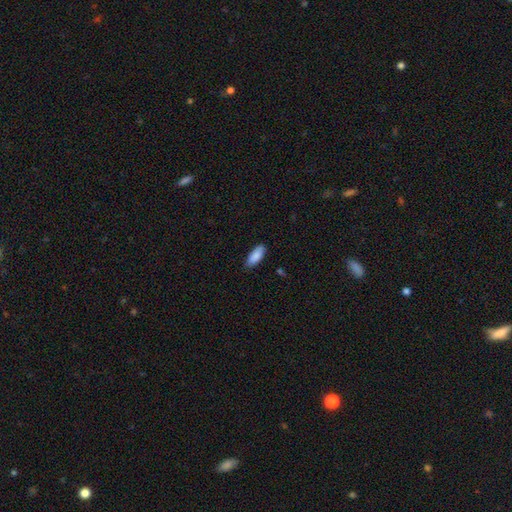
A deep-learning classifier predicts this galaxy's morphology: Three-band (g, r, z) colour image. It shows a smooth galaxy with no disk features (88%) that is in between round and cigar-shaped (77%). Merging: none (83%).